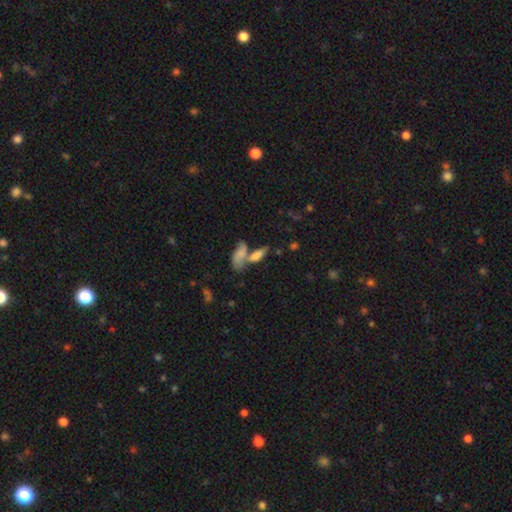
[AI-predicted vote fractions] Smooth or featured?
  - smooth: 68% *
  - featured or disk: 22%
  - star or artifact: 10%
How rounded?
  - in between: 66% *
  - cigar-shaped: 29%
  - round: 5%
Merging?
  - merger: 49% *
  - none: 36%
  - minor disturbance: 10%
  - major disturbance: 5%